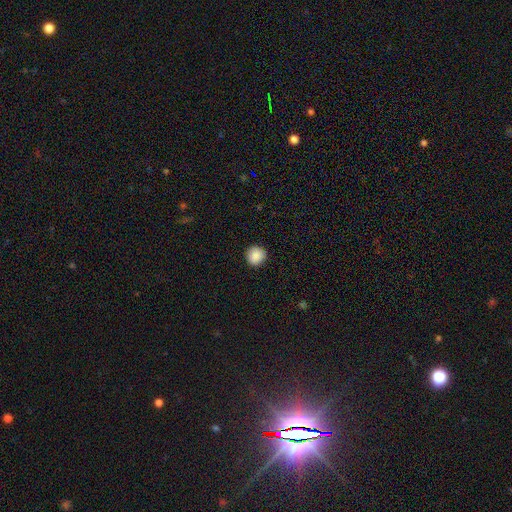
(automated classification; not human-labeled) Smooth or featured?
  - smooth: 89% *
  - star or artifact: 8%
  - featured or disk: 3%
How rounded?
  - round: 95% *
  - in between: 5%
  - cigar-shaped: 1%
Merging?
  - none: 92% *
  - minor disturbance: 6%
  - major disturbance: 2%
  - merger: 1%